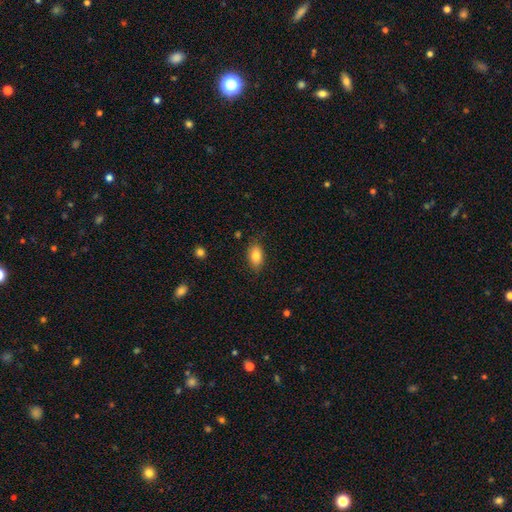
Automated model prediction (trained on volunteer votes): smooth-or-featured: smooth: 83% | featured or disk: 9% | star or artifact: 8%
  how-rounded: in between: 90% | round: 8% | cigar-shaped: 3%
  merging: none: 84% | minor disturbance: 13% | major disturbance: 3% | merger: 1%